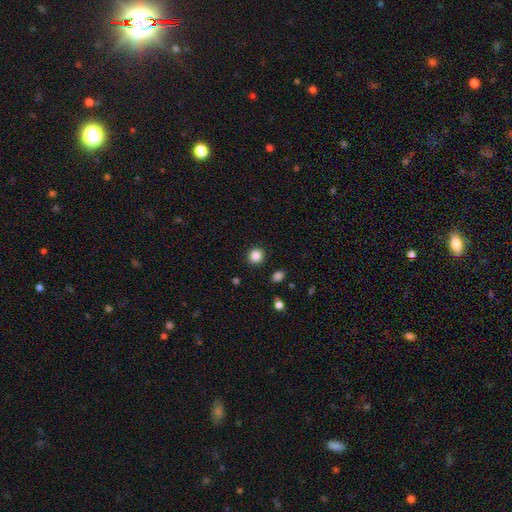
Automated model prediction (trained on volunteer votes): Morphology: type=smooth (86%); roundness=round (91%); merging=none (91%).